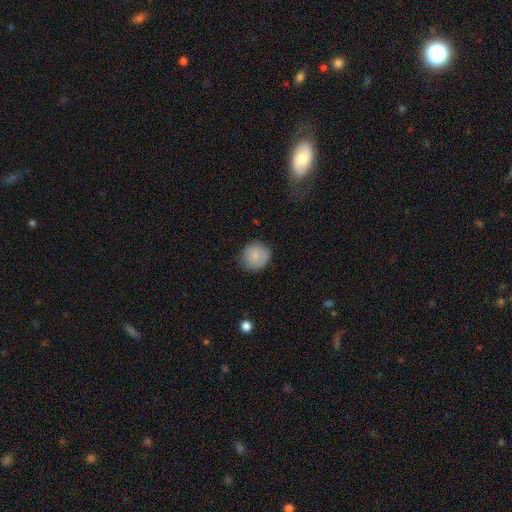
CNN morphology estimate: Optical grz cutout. It shows a smooth galaxy with no disk features (82%) that is round (88%). Merging: none (81%).